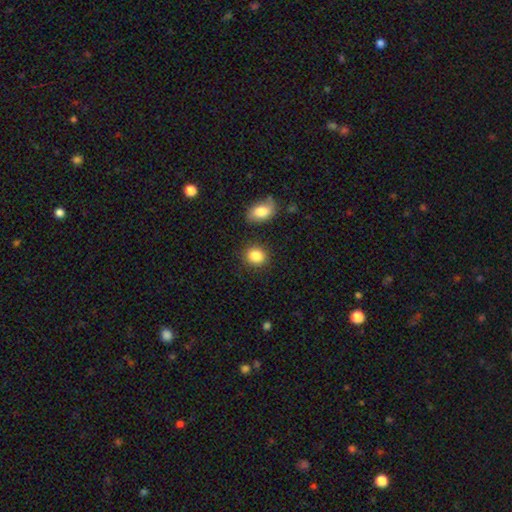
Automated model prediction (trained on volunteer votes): Smooth or featured? smooth (87%)
How rounded? round (68%)
Merging? none (85%)